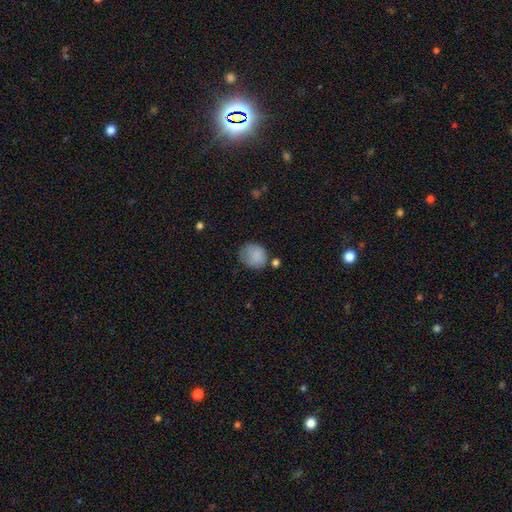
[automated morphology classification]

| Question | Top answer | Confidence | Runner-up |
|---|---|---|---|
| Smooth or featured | smooth | 85% | star or artifact (8%) |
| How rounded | round | 71% | in between (28%) |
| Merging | none | 64% | minor disturbance (23%) |